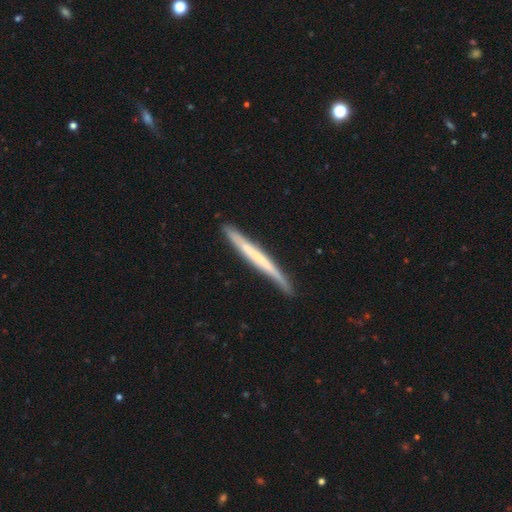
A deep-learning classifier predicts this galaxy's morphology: smooth-or-featured: featured or disk: 54% | smooth: 40% | star or artifact: 5%
  disk-edge-on: yes: 94% | no: 6%
    edge-on-bulge: none: 81% | rounded: 11% | boxy: 8%
  merging: none: 82% | minor disturbance: 14% | major disturbance: 2% | merger: 2%